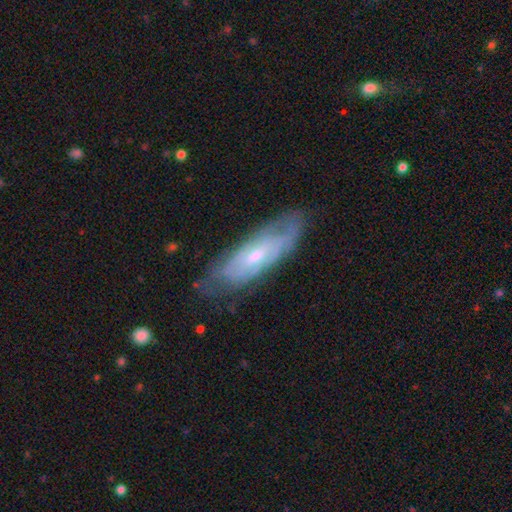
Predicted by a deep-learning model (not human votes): smooth-or-featured: featured or disk: 68% | smooth: 26% | star or artifact: 7%
  disk-edge-on: no: 73% | yes: 27%
  merging: none: 70% | minor disturbance: 22% | major disturbance: 6% | merger: 1%